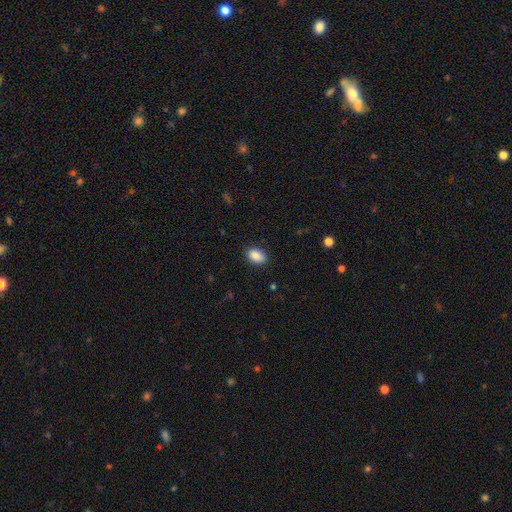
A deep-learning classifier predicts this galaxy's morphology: Q: Smooth or featured?
A: smooth (88%); runner-up: star or artifact (8%)
Q: How rounded?
A: in between (86%); runner-up: round (13%)
Q: Merging?
A: none (86%); runner-up: minor disturbance (11%)